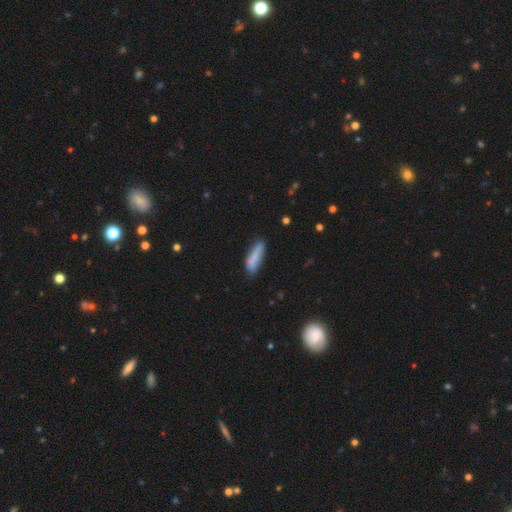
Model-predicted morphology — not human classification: Smooth or featured? smooth (80%)
How rounded? cigar-shaped (62%)
Merging? none (68%)